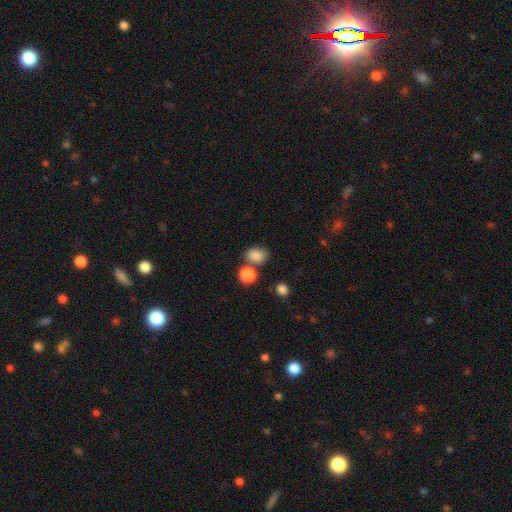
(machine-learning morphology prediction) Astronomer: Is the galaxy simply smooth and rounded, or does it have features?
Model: smooth — 84%.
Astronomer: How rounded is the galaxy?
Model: in between — 65%.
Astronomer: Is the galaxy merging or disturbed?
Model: none — 65%.